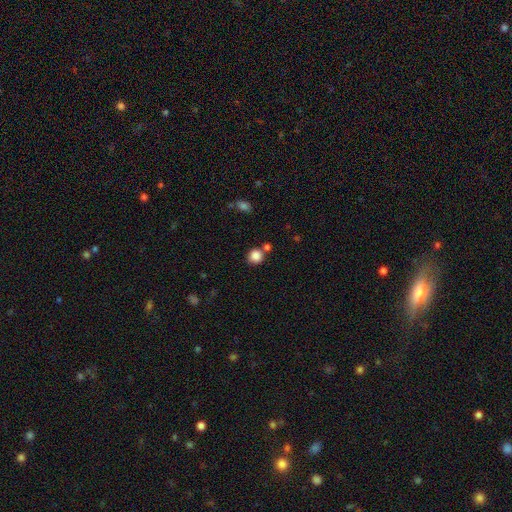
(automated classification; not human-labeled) Smooth or featured? Predicted: smooth (p=0.85). How rounded? Predicted: round (p=0.89). Merging? Predicted: none (p=0.71).